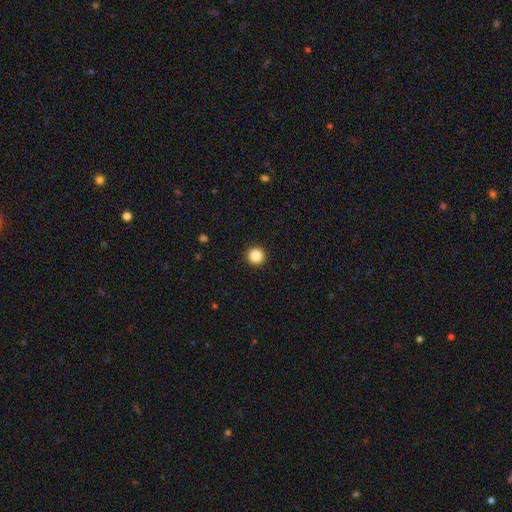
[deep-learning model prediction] smooth-or-featured: smooth: 87% | star or artifact: 10% | featured or disk: 3%
  how-rounded: round: 96% | in between: 3% | cigar-shaped: 1%
  merging: none: 93% | minor disturbance: 4% | major disturbance: 2% | merger: 1%